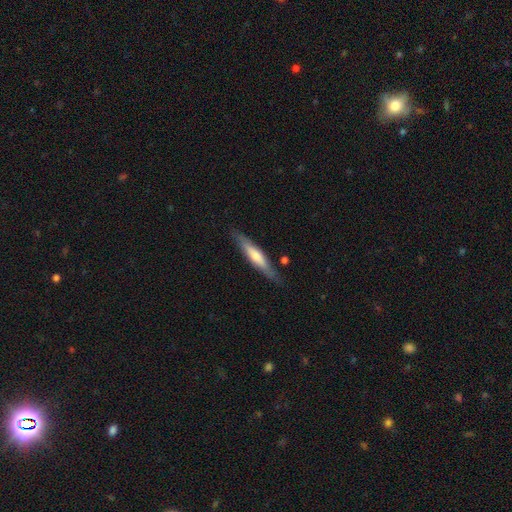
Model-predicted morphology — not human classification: This appears to be a featured or disk galaxy (48%). Merging: none (84%).